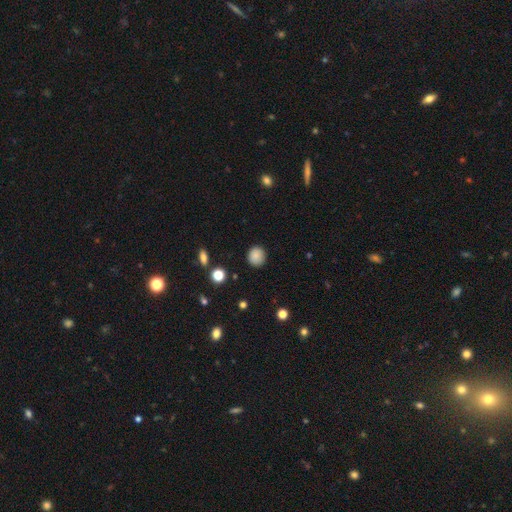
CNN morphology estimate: This appears to be a smooth galaxy with no disk features (85%) that is round (89%). Merging: none (89%).